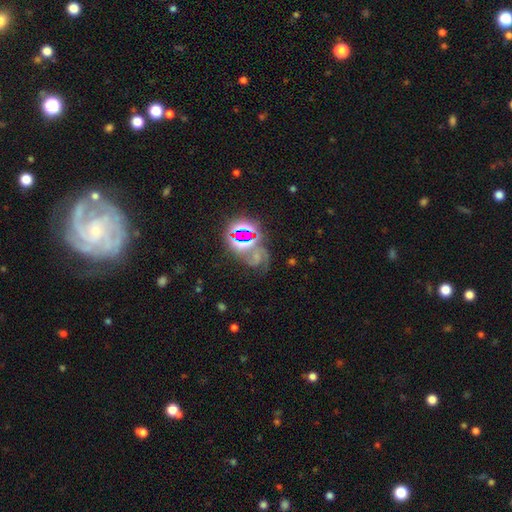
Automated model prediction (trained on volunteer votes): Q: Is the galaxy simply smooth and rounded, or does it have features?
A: star or artifact — 46%.